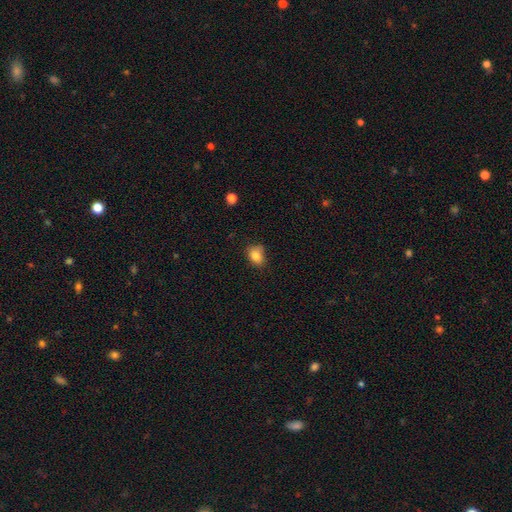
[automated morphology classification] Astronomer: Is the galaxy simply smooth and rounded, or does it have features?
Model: smooth — 83%.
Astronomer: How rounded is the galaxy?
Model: in between — 62%.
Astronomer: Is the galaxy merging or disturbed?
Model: none — 64%.